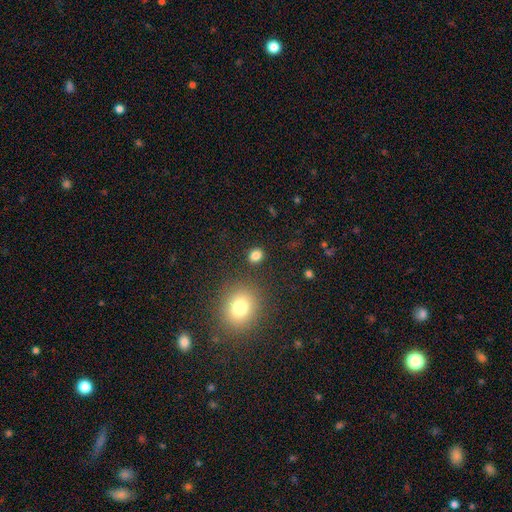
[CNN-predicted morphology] The model was most divided on "how rounded": round: 69%, in between: 30%, cigar-shaped: 1%. More confident: merging — none (87%); smooth or featured — smooth (82%).